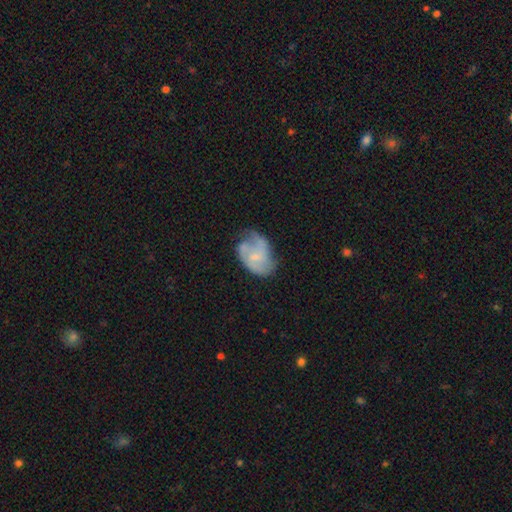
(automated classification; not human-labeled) The model was most divided on "merging": none: 40%, minor disturbance: 34%, major disturbance: 22%, merger: 5%. More confident: edge-on disk — no (97%); spiral arms — yes (74%); bar — no (65%); smooth or featured — featured or disk (60%); bulge size — small (58%).